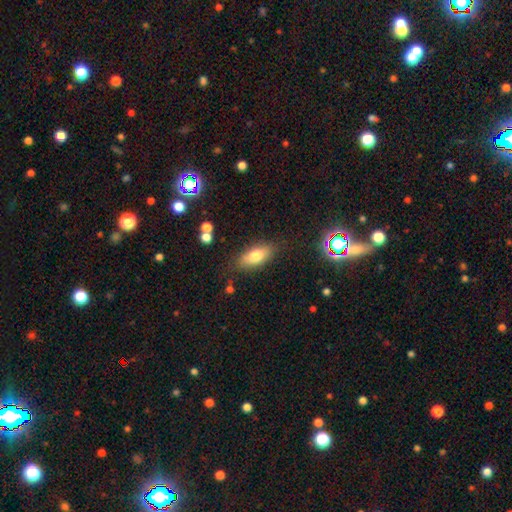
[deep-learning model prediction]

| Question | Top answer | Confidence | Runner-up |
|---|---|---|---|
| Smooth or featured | smooth | 75% | featured or disk (17%) |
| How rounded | in between | 83% | cigar-shaped (13%) |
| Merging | none | 80% | minor disturbance (14%) |